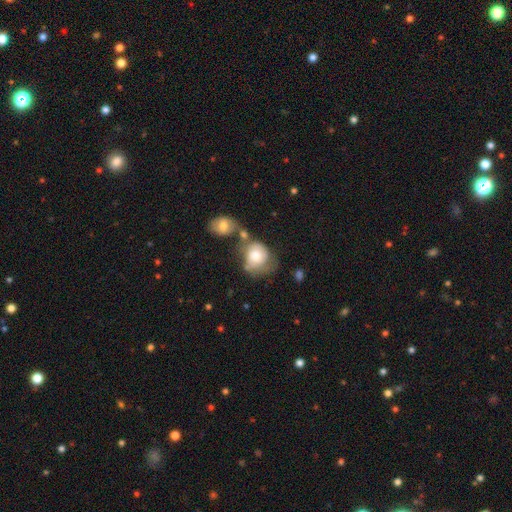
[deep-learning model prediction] Q: Smooth or featured?
A: smooth (57%); runner-up: featured or disk (36%)
Q: How rounded?
A: round (67%); runner-up: in between (32%)
Q: Merging?
A: merger (32%); runner-up: none (29%)